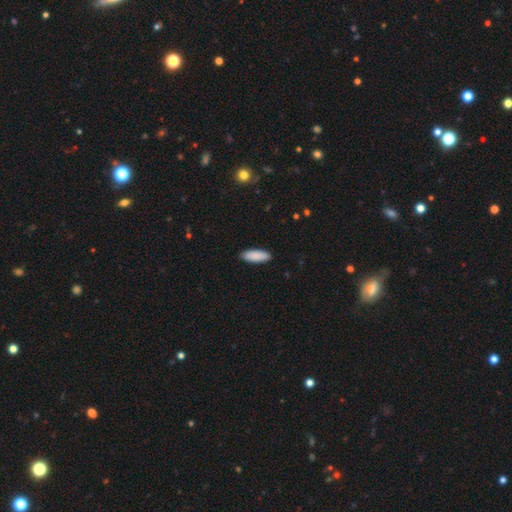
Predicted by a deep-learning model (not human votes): smooth-or-featured: smooth: 90% | star or artifact: 5% | featured or disk: 4%
  how-rounded: in between: 71% | cigar-shaped: 27% | round: 2%
  merging: none: 89% | minor disturbance: 8% | major disturbance: 2% | merger: 1%